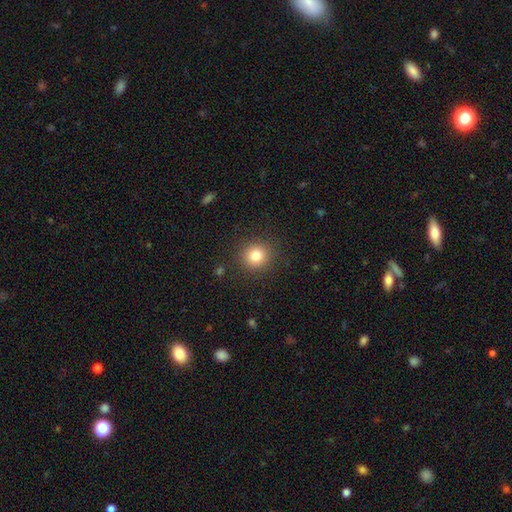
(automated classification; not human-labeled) smooth 81%, star or artifact 12%, featured or disk 7%. Down the decision tree: how rounded — round (91%); merging — none (89%).